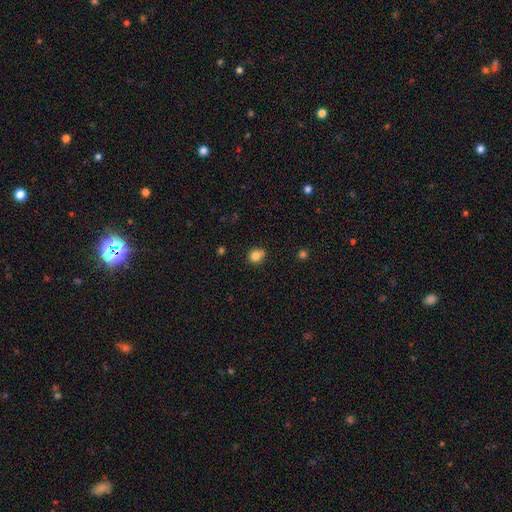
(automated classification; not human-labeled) Morphology: type=smooth (81%); roundness=round (86%); merging=none (73%).